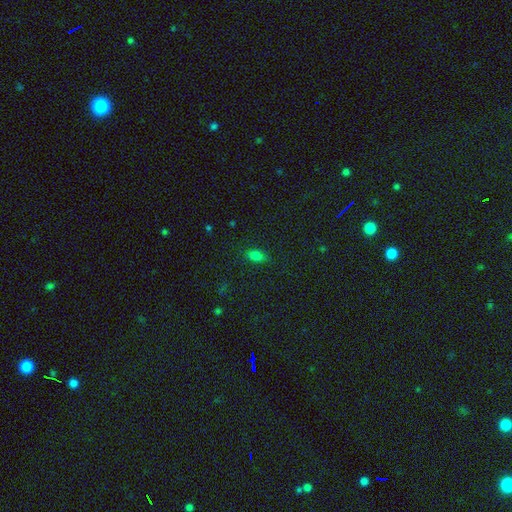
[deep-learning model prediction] Overall: smooth (79%). How rounded: in between (86%). Merging: none (83%).